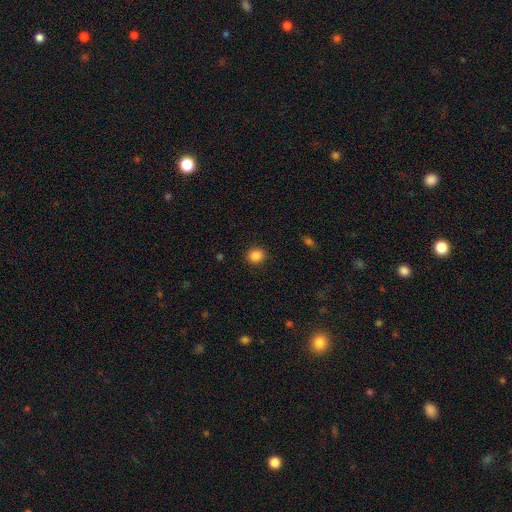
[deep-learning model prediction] Morphology: type=smooth (86%); roundness=round (82%); merging=none (90%).